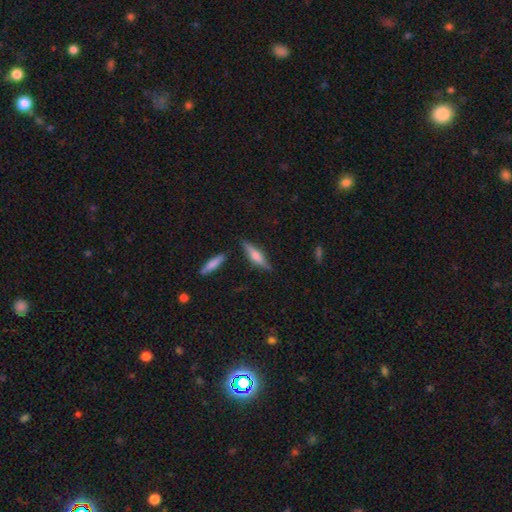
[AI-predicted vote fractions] Overall: featured or disk (48%; smooth 45%). Merging: none (82%).